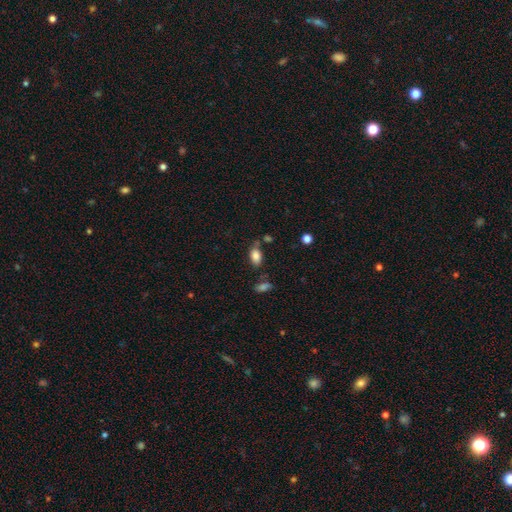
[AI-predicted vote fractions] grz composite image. It shows a smooth galaxy with no disk features (83%) that is in between round and cigar-shaped (89%). Merging: none (65%).